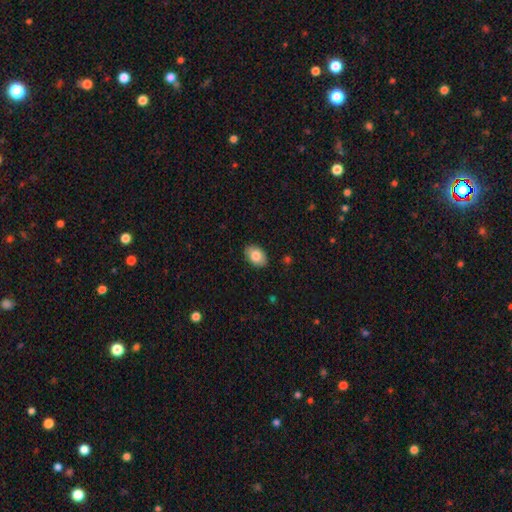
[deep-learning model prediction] smooth-or-featured: smooth: 82% | featured or disk: 11% | star or artifact: 7%
  how-rounded: in between: 86% | round: 13% | cigar-shaped: 1%
  merging: none: 87% | minor disturbance: 10% | major disturbance: 2% | merger: 1%